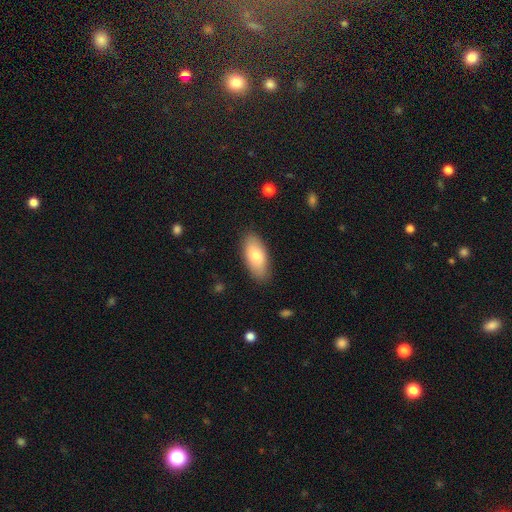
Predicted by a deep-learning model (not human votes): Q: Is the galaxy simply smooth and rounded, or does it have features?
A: smooth — 78%.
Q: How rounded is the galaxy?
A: in between — 89%.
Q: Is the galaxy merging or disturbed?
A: none — 85%.